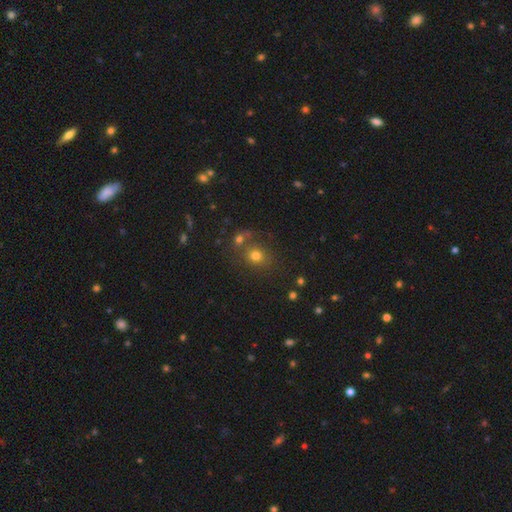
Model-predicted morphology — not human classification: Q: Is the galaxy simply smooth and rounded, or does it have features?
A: smooth — 72%.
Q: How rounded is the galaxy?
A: round — 76%.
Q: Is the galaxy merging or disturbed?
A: none — 57%.